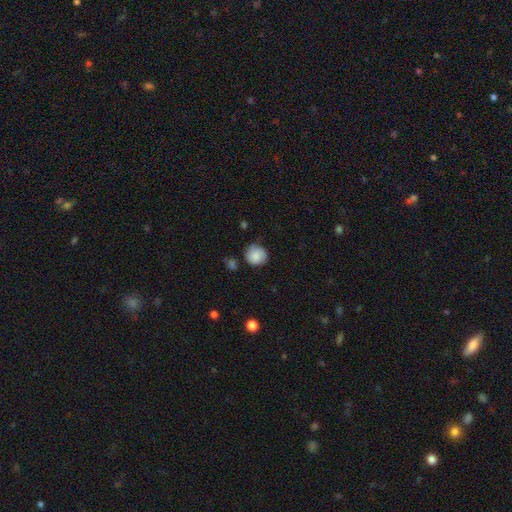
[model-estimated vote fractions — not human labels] Smooth or featured?
  - smooth: 82% *
  - featured or disk: 11%
  - star or artifact: 8%
How rounded?
  - round: 90% *
  - in between: 9%
  - cigar-shaped: 1%
Merging?
  - none: 70% *
  - minor disturbance: 22%
  - major disturbance: 5%
  - merger: 3%